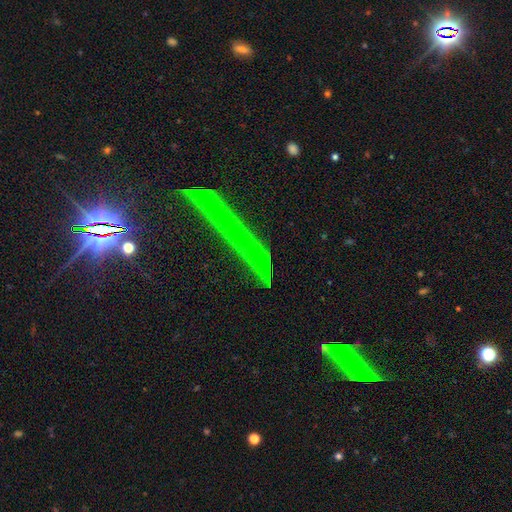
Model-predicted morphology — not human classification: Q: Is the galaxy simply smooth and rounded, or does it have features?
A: featured or disk — 57%.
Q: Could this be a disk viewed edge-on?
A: yes — 92%.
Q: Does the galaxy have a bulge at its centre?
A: none — 68%.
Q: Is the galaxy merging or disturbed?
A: none — 76%.